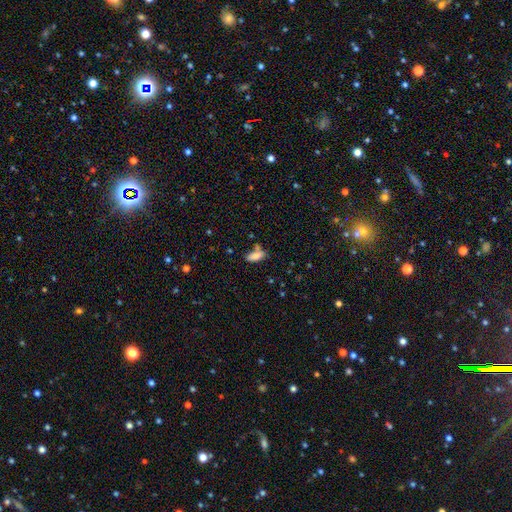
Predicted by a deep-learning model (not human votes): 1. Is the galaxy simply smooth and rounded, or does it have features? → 80% smooth, 11% featured or disk, 9% star or artifact.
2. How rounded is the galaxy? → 79% in between, 18% cigar-shaped, 3% round.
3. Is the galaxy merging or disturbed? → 56% none, 22% minor disturbance, 16% merger, 6% major disturbance.